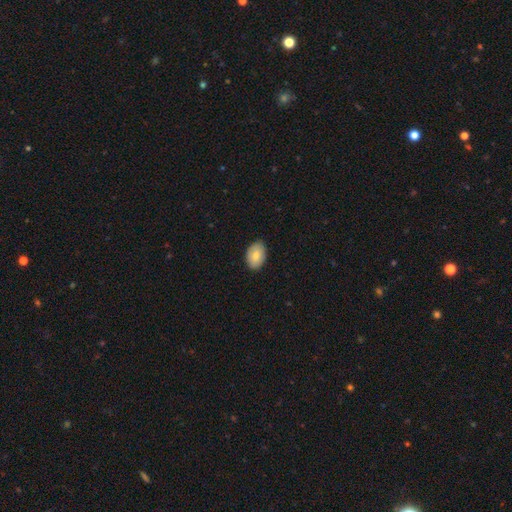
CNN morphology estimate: Smooth or featured? Predicted: smooth (p=0.80). How rounded? Predicted: in between (p=0.87). Merging? Predicted: none (p=0.86).